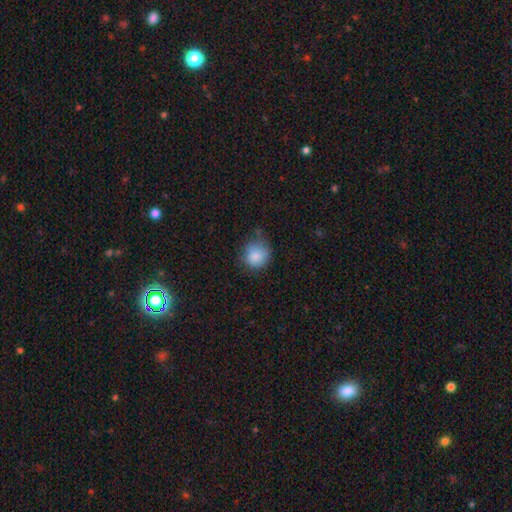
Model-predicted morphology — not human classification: This appears to be a smooth galaxy with no disk features (85%) that is round (85%). Merging: none (60%).